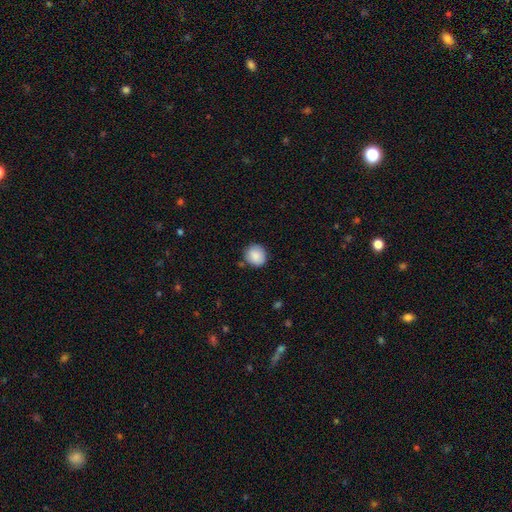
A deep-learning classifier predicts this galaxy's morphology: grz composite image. It shows a smooth galaxy with no disk features (88%) that is round (87%). Merging: none (83%).